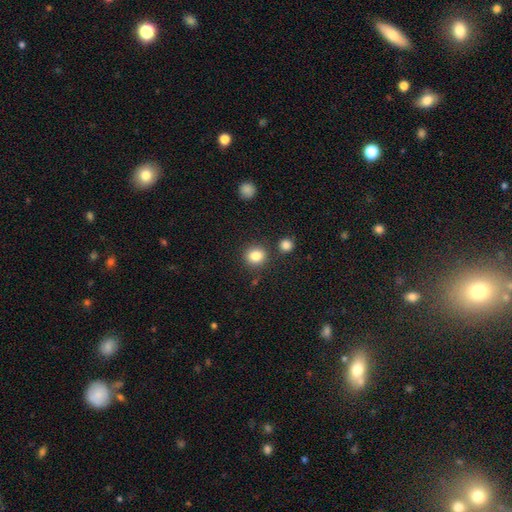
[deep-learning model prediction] Morphology: type=smooth (85%); roundness=round (83%); merging=none (83%).